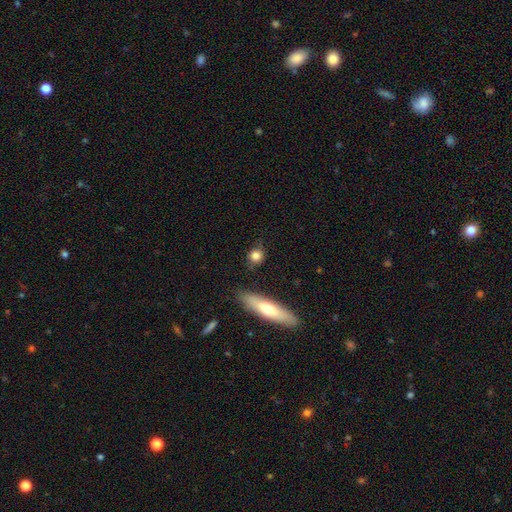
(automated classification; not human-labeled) A smooth galaxy with no disk features (79%) that is round (69%).

Vote fractions:
- Smooth or featured? smooth: 79% / featured or disk: 12% / star or artifact: 9%
- How rounded? round: 69% / in between: 25% / cigar-shaped: 6%
- Merging? none: 77% / minor disturbance: 15% / major disturbance: 4% / merger: 4%